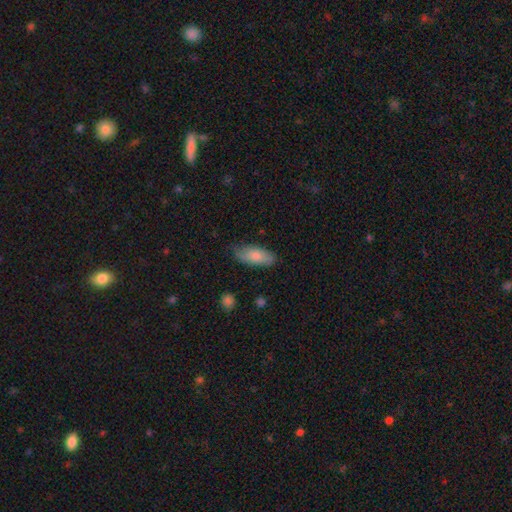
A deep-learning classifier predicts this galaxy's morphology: Overall: smooth (78%). How rounded: in between (85%). Merging: none (72%).